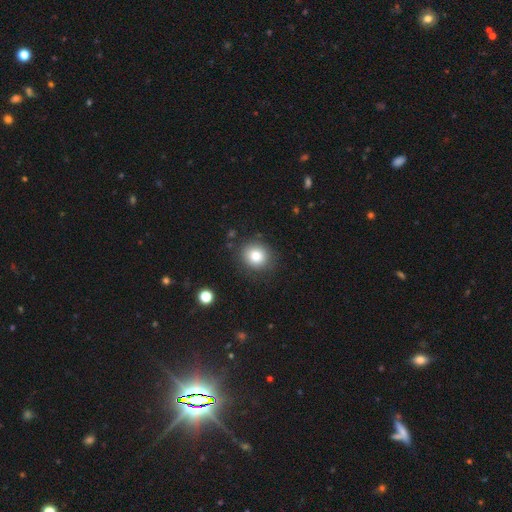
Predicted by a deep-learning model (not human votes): Morphology: type=smooth (80%); roundness=round (81%); merging=none (86%).